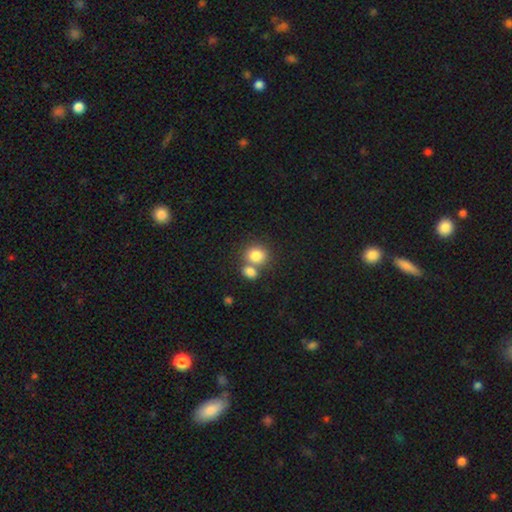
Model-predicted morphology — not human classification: Q: Smooth or featured?
A: smooth (83%); runner-up: star or artifact (10%)
Q: How rounded?
A: round (68%); runner-up: in between (31%)
Q: Merging?
A: none (45%); runner-up: merger (43%)